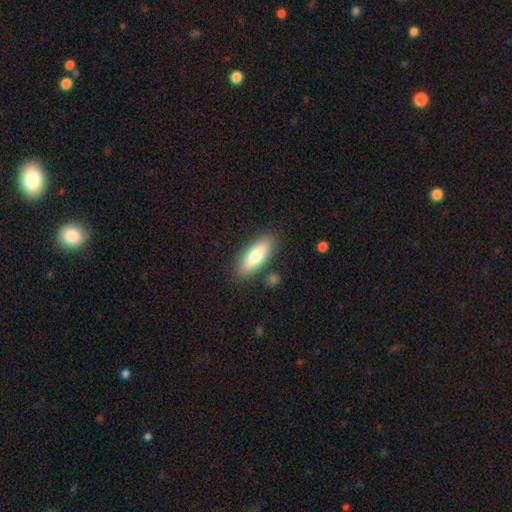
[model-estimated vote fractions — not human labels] Smooth or featured?
  - smooth: 74% *
  - featured or disk: 20%
  - star or artifact: 6%
How rounded?
  - in between: 59% *
  - cigar-shaped: 38%
  - round: 2%
Merging?
  - none: 84% *
  - minor disturbance: 10%
  - merger: 3%
  - major disturbance: 3%